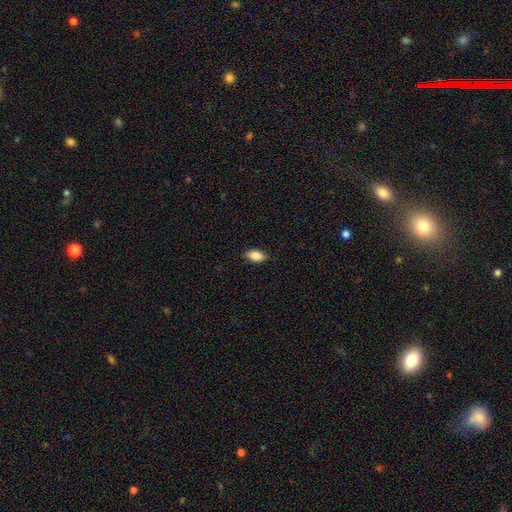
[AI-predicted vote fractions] Smooth or featured: smooth — 87% (star or artifact — 7%)
How rounded: in between — 91% (cigar-shaped — 5%)
Merging: none — 86% (minor disturbance — 11%)